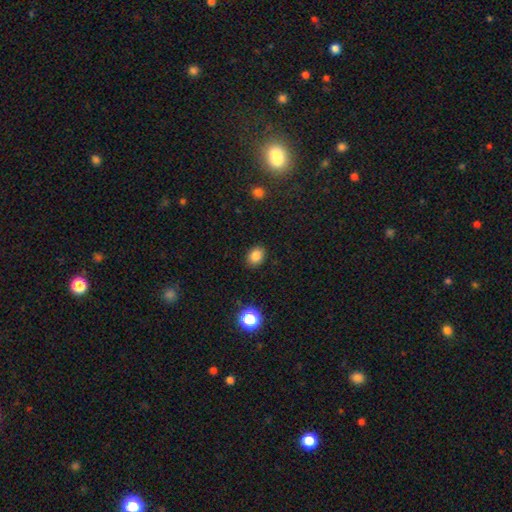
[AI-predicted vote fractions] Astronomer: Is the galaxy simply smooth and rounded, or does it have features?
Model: smooth — 83%.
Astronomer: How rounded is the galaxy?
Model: in between — 57% (runner-up: round, 42%).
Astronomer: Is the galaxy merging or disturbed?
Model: none — 88%.